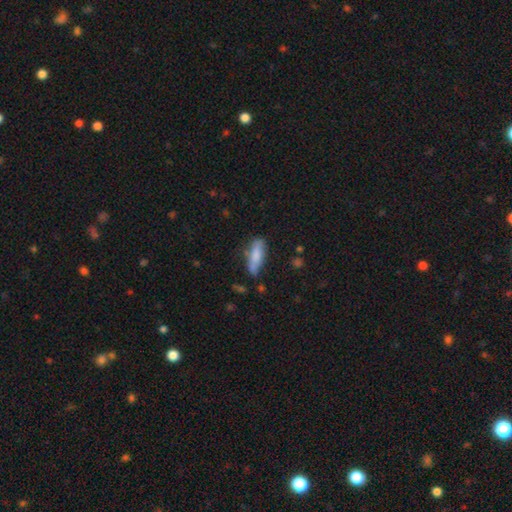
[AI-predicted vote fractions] Smooth or featured: smooth — 77% (featured or disk — 17%)
How rounded: in between — 52% (cigar-shaped — 46%)
Merging: none — 65% (minor disturbance — 24%)